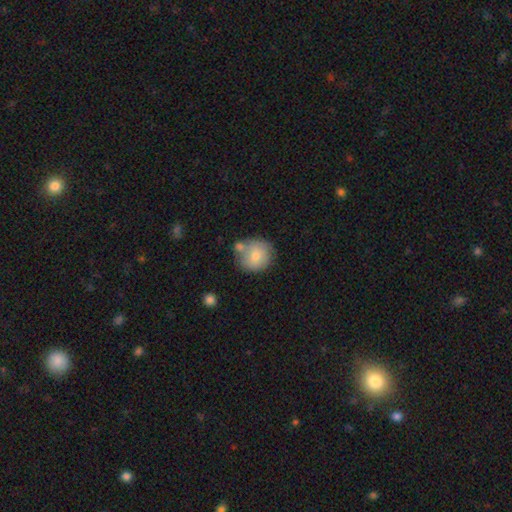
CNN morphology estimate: A smooth galaxy with no disk features (74%) that is round (87%). Merging: none (54%).